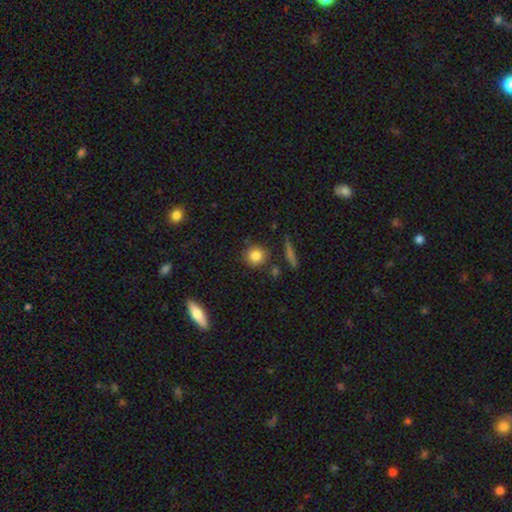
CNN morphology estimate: This is clearly a smooth galaxy (82%). How rounded: clearly round (90%). Merging: clearly none (84%).